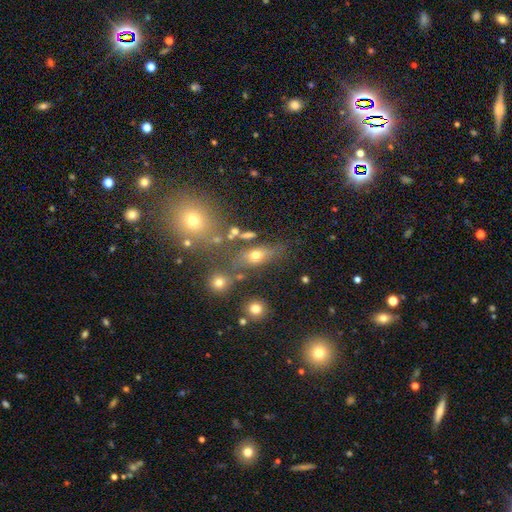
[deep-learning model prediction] This is likely a smooth galaxy (63%). How rounded: likely in between (63%). Merging: likely none (60%).